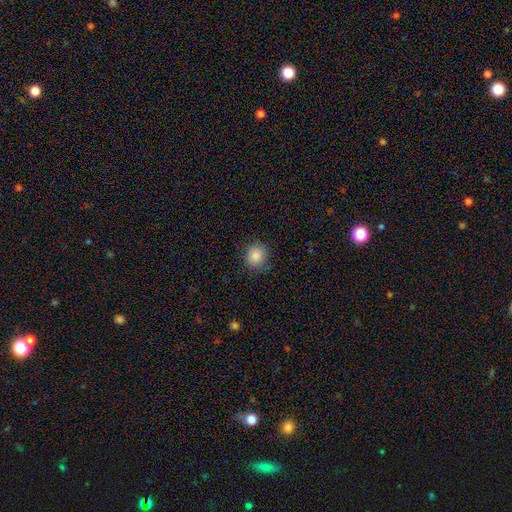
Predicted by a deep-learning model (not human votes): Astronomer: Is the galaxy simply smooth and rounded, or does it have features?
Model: smooth — 87%.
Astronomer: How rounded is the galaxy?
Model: round — 84%.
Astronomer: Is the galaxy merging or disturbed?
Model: none — 83%.